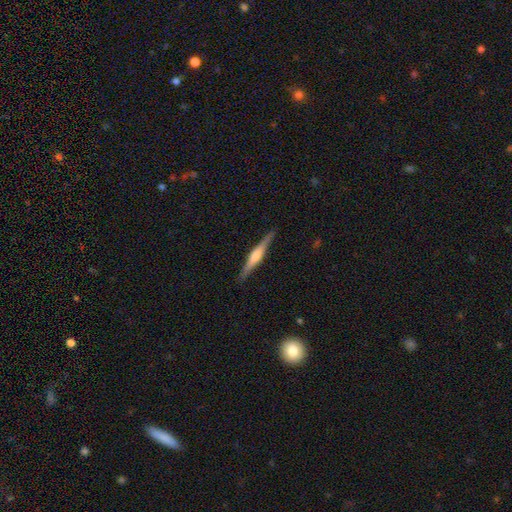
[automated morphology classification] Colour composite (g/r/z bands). It shows a featured or disk galaxy (67%) viewed edge-on (98%) with a rounded central bulge (68%). Merging: none (90%).